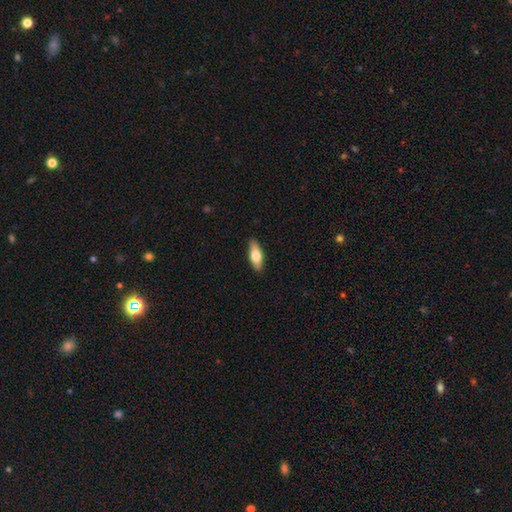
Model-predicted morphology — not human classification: smooth_or_featured: smooth (p=0.70) [alt: featured or disk p=0.25]
how_rounded: in between (p=0.68) [alt: cigar-shaped p=0.29]
merging: none (p=0.89) [alt: minor disturbance p=0.08]